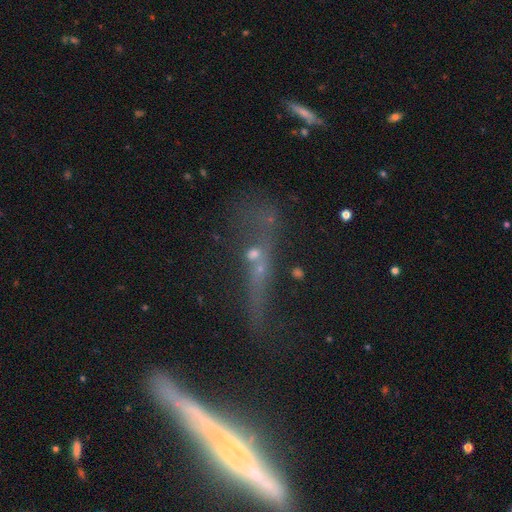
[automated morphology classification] This appears to be a featured or disk galaxy (38%). Merging: merger (38%).